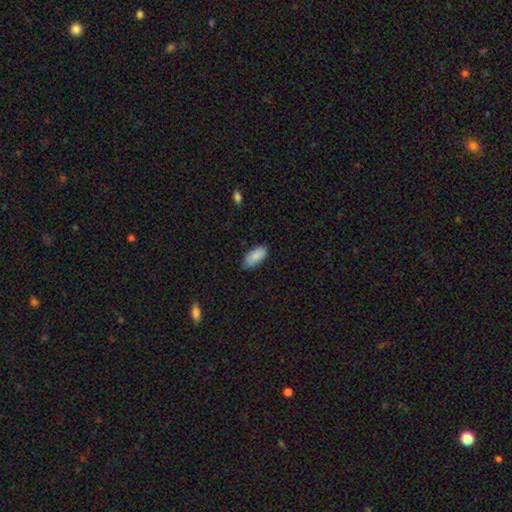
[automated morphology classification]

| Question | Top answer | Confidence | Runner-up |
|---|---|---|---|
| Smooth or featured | smooth | 88% | star or artifact (6%) |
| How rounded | in between | 89% | cigar-shaped (9%) |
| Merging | none | 76% | minor disturbance (20%) |